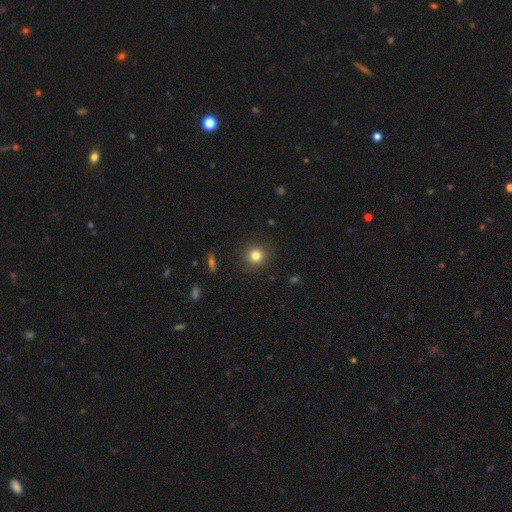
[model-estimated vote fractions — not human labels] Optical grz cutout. It shows a smooth galaxy with no disk features (81%) that is round (94%). Merging: none (91%).